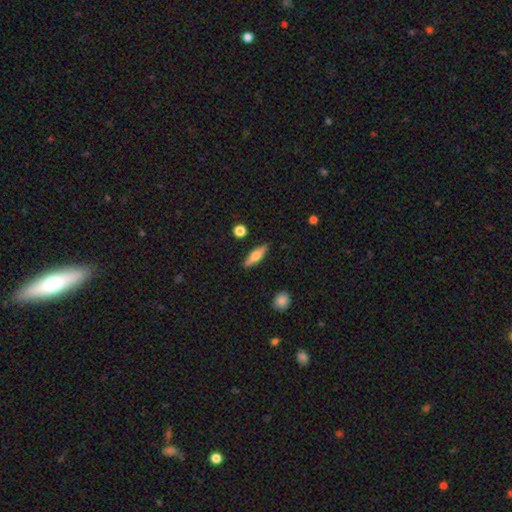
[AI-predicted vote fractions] This is possibly a smooth galaxy (53%). How rounded: likely cigar-shaped (62%). Merging: clearly none (88%).